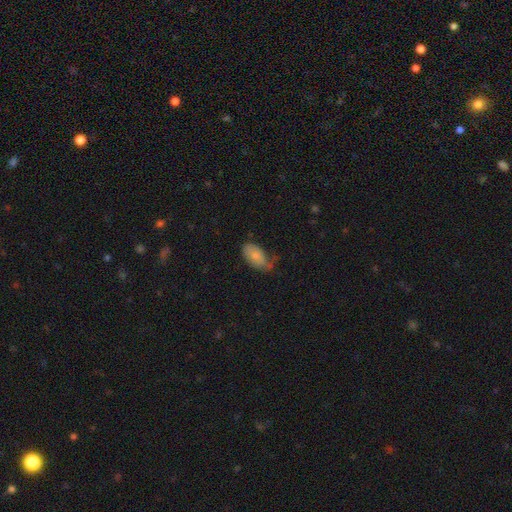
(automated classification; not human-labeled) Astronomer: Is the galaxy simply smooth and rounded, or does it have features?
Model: smooth — 80%.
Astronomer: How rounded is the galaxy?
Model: in between — 94%.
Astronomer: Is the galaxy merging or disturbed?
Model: none — 47% (runner-up: minor disturbance, 38%).